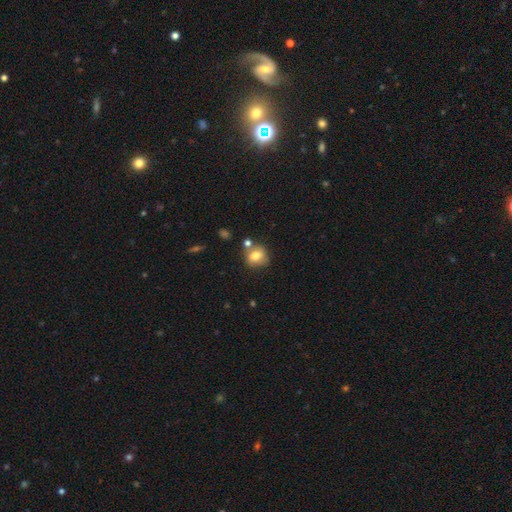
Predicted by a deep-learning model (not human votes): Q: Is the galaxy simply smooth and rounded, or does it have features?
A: smooth — 75%.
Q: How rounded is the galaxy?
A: round — 69%.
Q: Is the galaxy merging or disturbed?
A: none — 65%.